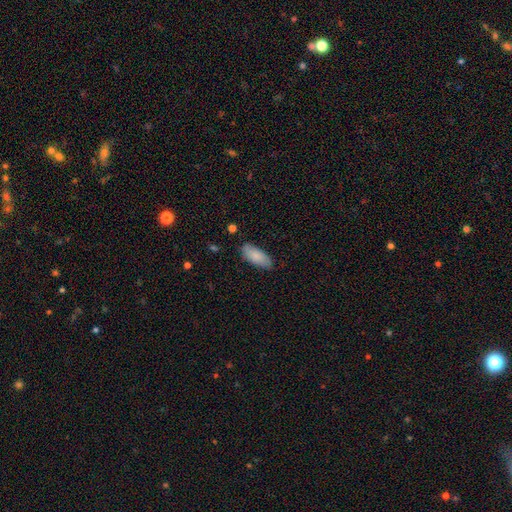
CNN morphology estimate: A smooth galaxy with no disk features (85%) that is in between round and cigar-shaped (83%). Merging: none (81%).